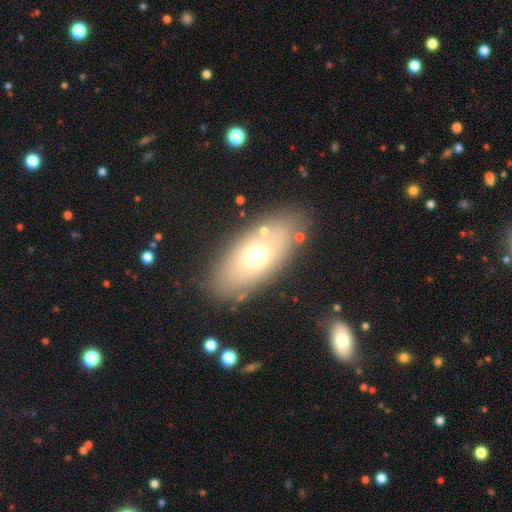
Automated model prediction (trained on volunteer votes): This is likely a smooth galaxy (61%). How rounded: clearly in between (85%). Merging: clearly none (82%).